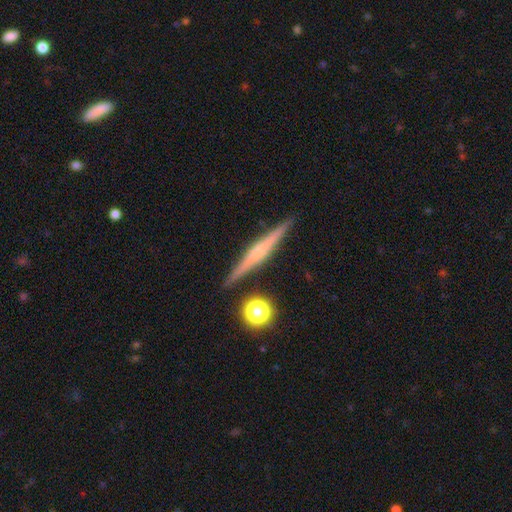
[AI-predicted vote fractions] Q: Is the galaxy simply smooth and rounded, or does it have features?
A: featured or disk — 71%.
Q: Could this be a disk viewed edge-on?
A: yes — 98%.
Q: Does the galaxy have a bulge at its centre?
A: rounded — 54%.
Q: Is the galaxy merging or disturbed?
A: none — 89%.